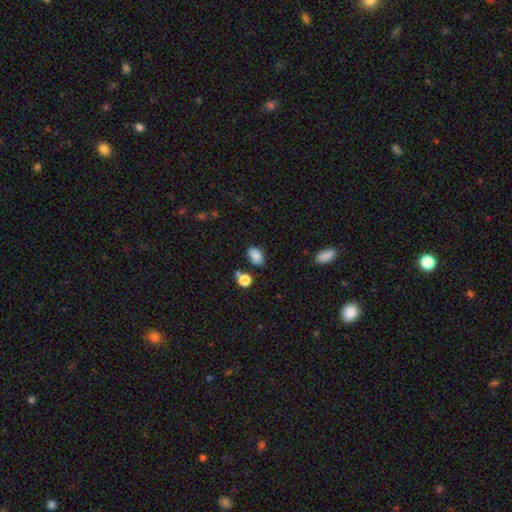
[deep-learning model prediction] Overall: smooth (85%). How rounded: in between (86%). Merging: none (74%).